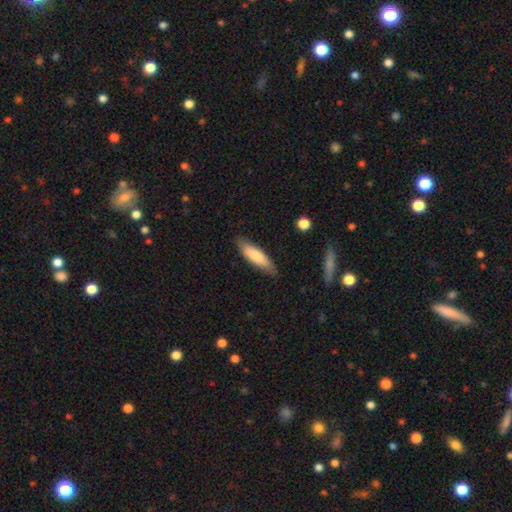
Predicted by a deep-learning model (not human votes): Smooth or featured: smooth — 75% (featured or disk — 20%)
How rounded: cigar-shaped — 57% (in between — 41%)
Merging: none — 82% (minor disturbance — 14%)